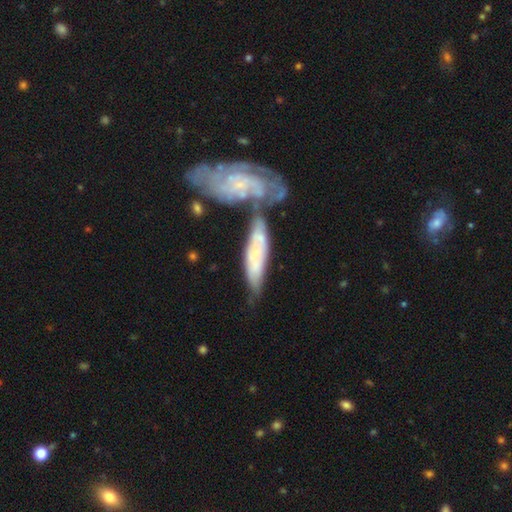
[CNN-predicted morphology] Smooth or featured? Predicted: featured or disk (p=0.52). Edge-on disk? Predicted: no (p=0.71). Merging? Predicted: merger (p=0.41).